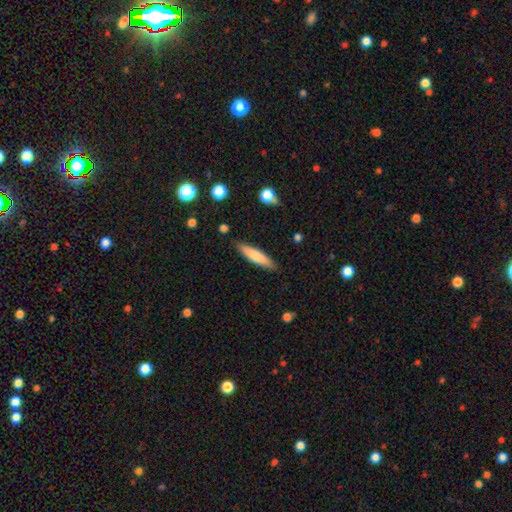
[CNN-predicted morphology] This is likely a smooth galaxy (74%). How rounded: likely cigar-shaped (80%). Merging: clearly none (86%).